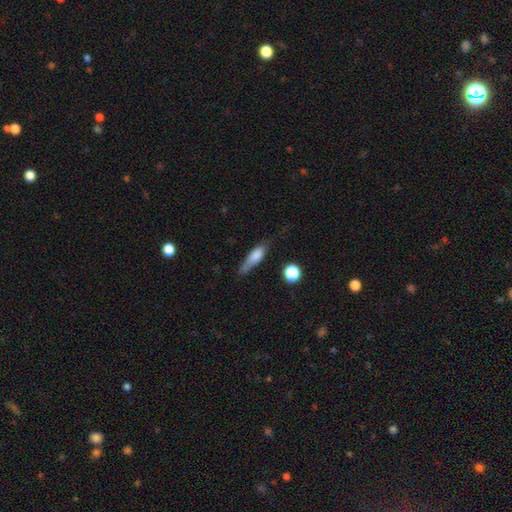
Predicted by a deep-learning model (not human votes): The model was most divided on "how rounded": cigar-shaped: 53%, in between: 43%, round: 5%. Remaining: smooth or featured — smooth (72%); merging — none (46%).